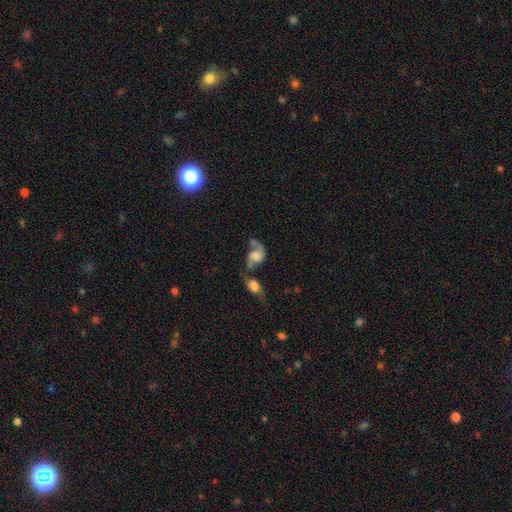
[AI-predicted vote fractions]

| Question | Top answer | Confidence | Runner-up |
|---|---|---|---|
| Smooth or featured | featured or disk | 63% | smooth (28%) |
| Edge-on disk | no | 97% | yes (3%) |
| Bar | no | 66% | weak (28%) |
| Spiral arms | yes | 86% | no (14%) |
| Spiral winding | loose | 60% | medium (30%) |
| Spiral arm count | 2 | 70% | 1 (23%) |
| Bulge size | large | 31% | moderate (24%) |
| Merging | merger | 56% | none (19%) |